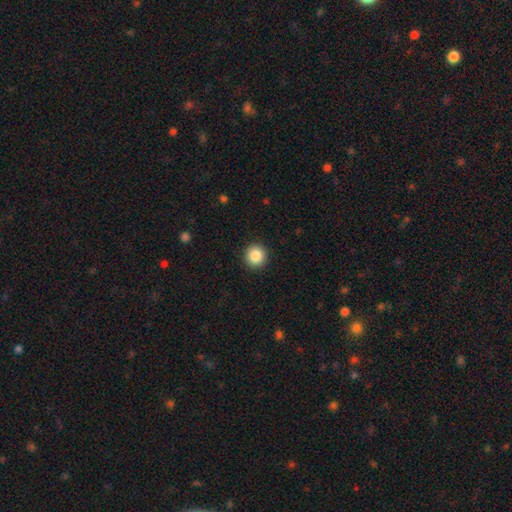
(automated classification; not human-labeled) smooth 87%, star or artifact 9%, featured or disk 4%. Down the decision tree: how rounded — round (94%); merging — none (93%).